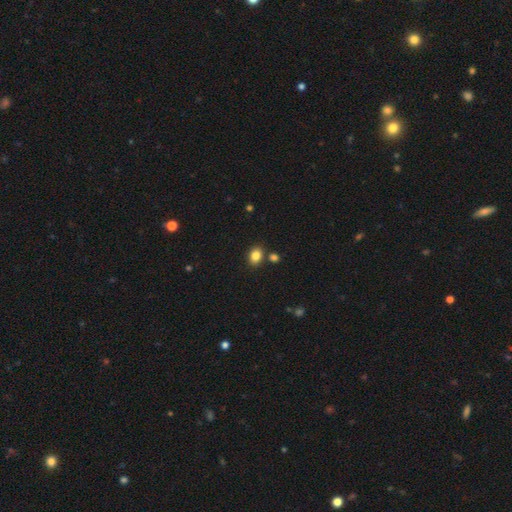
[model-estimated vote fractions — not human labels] Smooth or featured: smooth — 84% (star or artifact — 10%)
How rounded: in between — 61% (round — 38%)
Merging: none — 80% (minor disturbance — 10%)